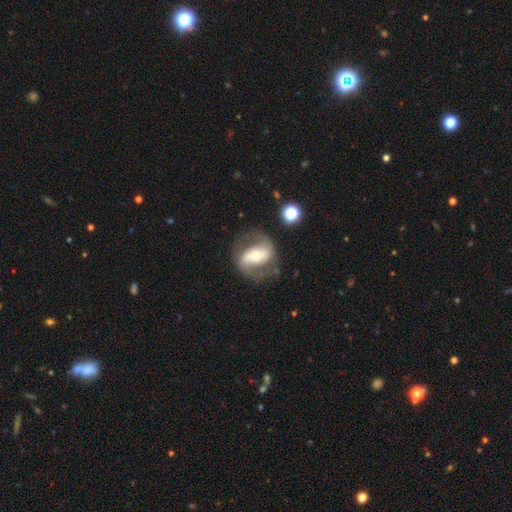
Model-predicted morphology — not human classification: A featured or disk galaxy (75%) with a strong bar (41%), 2 (87%) medium (45%) spiral arms (83%) and a moderate central bulge (59%).

Vote fractions:
- Smooth or featured? featured or disk: 75% / smooth: 18% / star or artifact: 7%
- Edge-on disk? no: 95% / yes: 5%
- Bar? strong: 41% / no: 30% / weak: 29%
- Spiral arms? yes: 83% / no: 17%
- Spiral winding? medium: 45% / loose: 36% / tight: 19%
- Spiral arm count? 2: 87% / can't tell: 7% / 1: 3% / 3: 1% / 4: 1% / more than 4: 1%
- Bulge size? moderate: 59% / small: 33% / large: 6% / dominant: 1% / none: 1%
- Merging? none: 69% / minor disturbance: 17% / major disturbance: 12% / merger: 3%